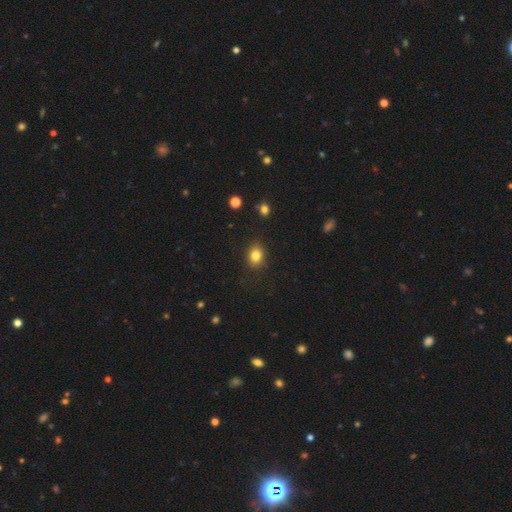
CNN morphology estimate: A smooth galaxy with no disk features (83%) that is round (53%). Merging: none (86%).